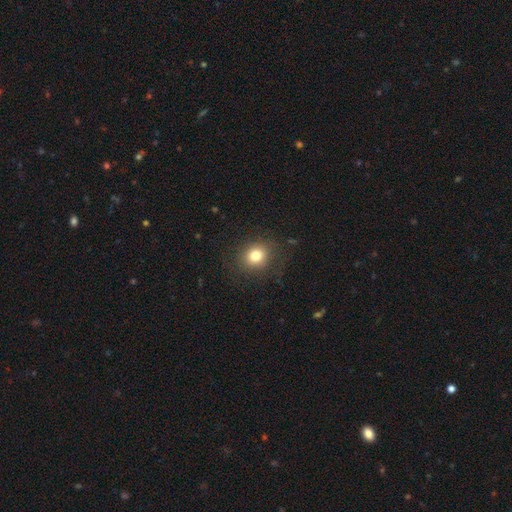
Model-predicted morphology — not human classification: This is likely a smooth galaxy (79%). How rounded: likely round (80%). Merging: clearly none (85%).